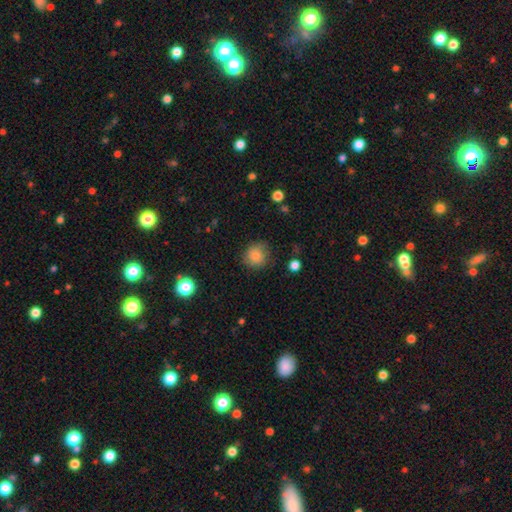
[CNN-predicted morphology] smooth 84%, star or artifact 10%, featured or disk 6%. Down the decision tree: how rounded — round (89%); merging — none (81%).